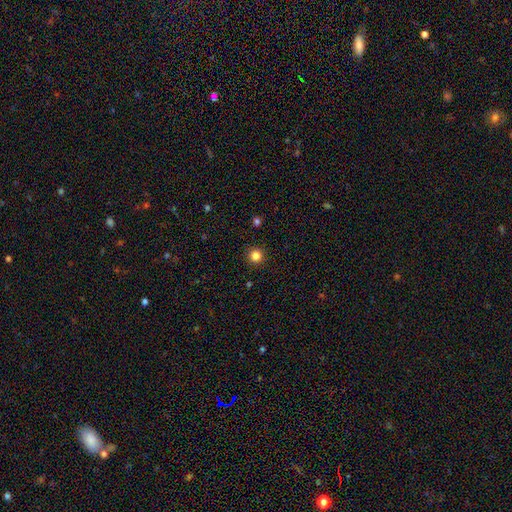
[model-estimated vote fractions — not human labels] smooth_or_featured: smooth (p=0.84) [alt: star or artifact p=0.12]
how_rounded: round (p=0.95) [alt: in between p=0.04]
merging: none (p=0.93) [alt: minor disturbance p=0.05]